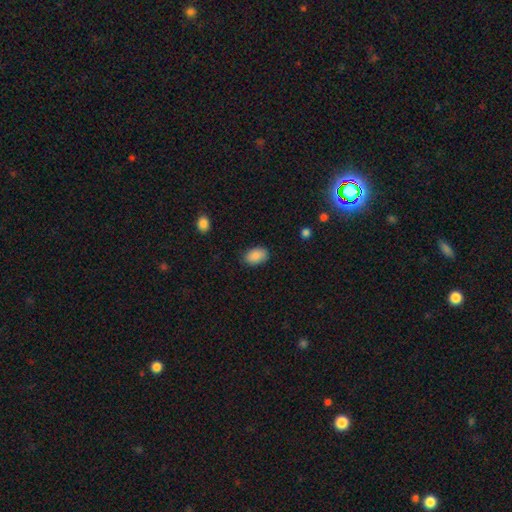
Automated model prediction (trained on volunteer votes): Smooth or featured?
  - smooth: 89% *
  - star or artifact: 7%
  - featured or disk: 4%
How rounded?
  - in between: 86% *
  - round: 13%
  - cigar-shaped: 1%
Merging?
  - none: 84% *
  - minor disturbance: 12%
  - major disturbance: 3%
  - merger: 1%